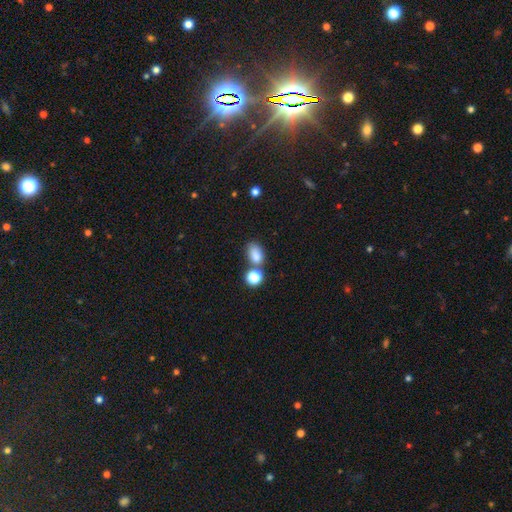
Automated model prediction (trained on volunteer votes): smooth 81%, star or artifact 12%, featured or disk 7%. Down the decision tree: how rounded — in between (80%); merging — none (55%).